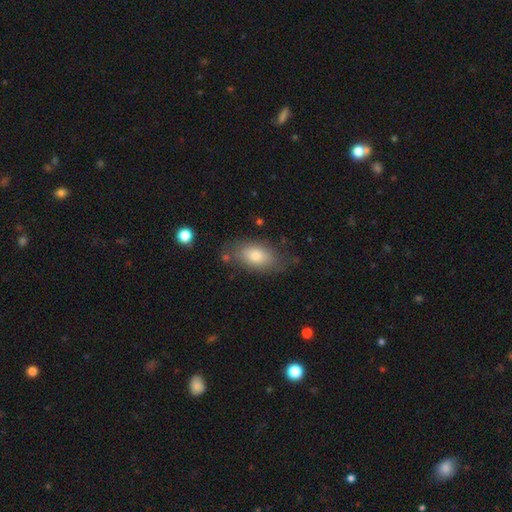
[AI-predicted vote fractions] smooth 74%, featured or disk 18%, star or artifact 8%. Down the decision tree: how rounded — in between (89%); merging — none (71%).